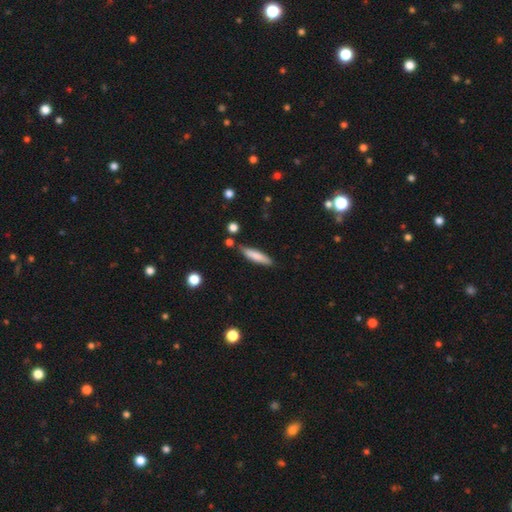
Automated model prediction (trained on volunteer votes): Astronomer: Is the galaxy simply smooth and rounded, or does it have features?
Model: smooth — 76%.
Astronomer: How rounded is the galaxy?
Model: cigar-shaped — 81%.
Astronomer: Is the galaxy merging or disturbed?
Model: none — 77%.